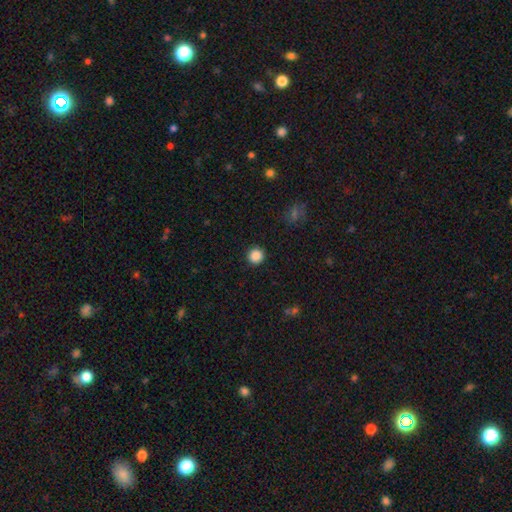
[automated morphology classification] The model was most divided on "smooth or featured": smooth: 87%, star or artifact: 10%, featured or disk: 3%. More confident: how rounded — round (95%); merging — none (92%).